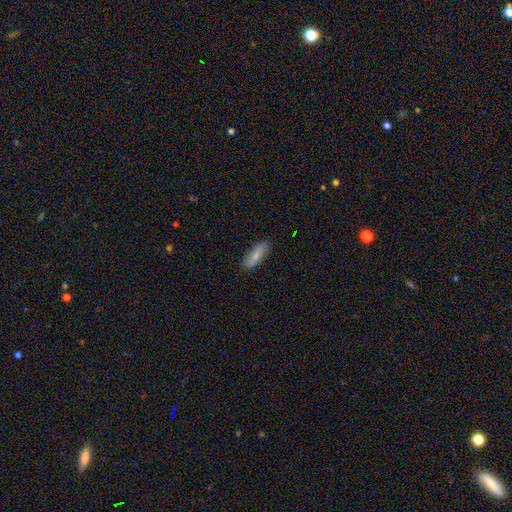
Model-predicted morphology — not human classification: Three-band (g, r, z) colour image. It shows a smooth galaxy with no disk features (73%) that is in between round and cigar-shaped (64%). Merging: none (84%).